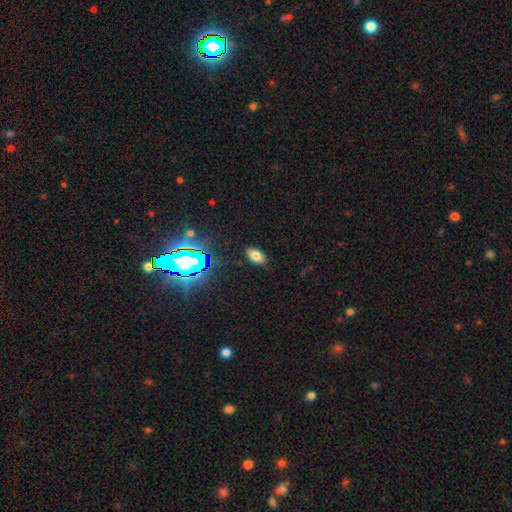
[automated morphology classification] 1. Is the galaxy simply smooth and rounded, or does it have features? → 72% smooth, 18% star or artifact, 10% featured or disk.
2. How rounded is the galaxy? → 91% in between, 5% round, 3% cigar-shaped.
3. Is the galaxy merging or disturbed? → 86% none, 10% minor disturbance, 3% major disturbance, 1% merger.